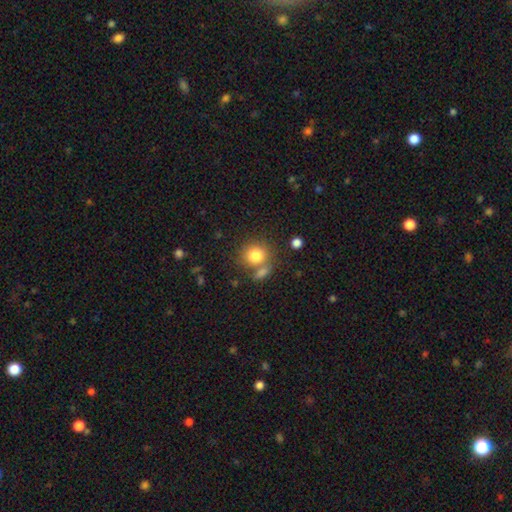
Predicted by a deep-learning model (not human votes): Smooth or featured: smooth — 81% (star or artifact — 10%)
How rounded: round — 80% (in between — 19%)
Merging: none — 58% (merger — 26%)